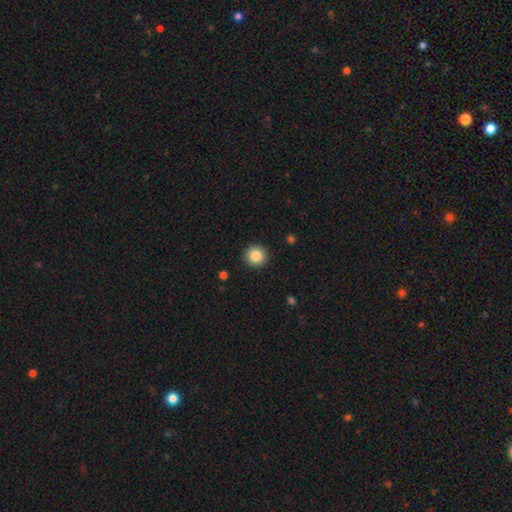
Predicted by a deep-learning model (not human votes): This appears to be a smooth galaxy with no disk features (86%) that is round (95%). Merging: none (92%).